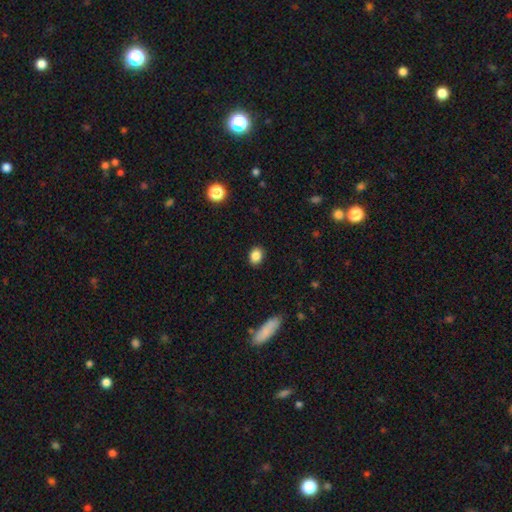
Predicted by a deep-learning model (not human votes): Overall: smooth (86%). How rounded: in between (58%; round 41%). Merging: none (89%).